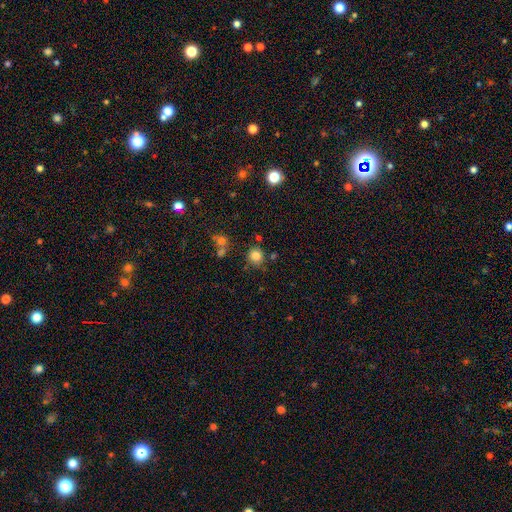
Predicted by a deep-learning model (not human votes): smooth_or_featured: smooth (p=0.81) [alt: star or artifact p=0.13]
how_rounded: round (p=0.87) [alt: in between p=0.12]
merging: none (p=0.78) [alt: minor disturbance p=0.11]